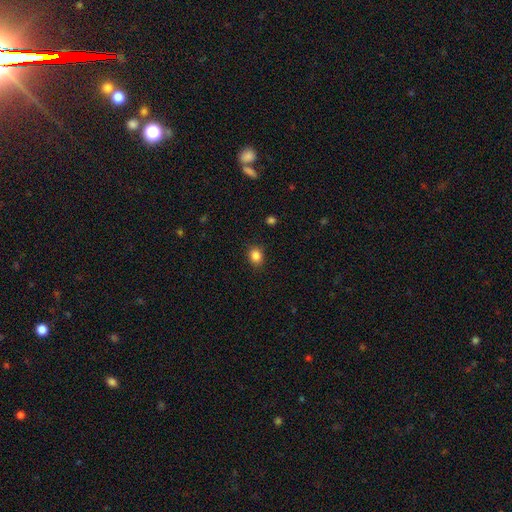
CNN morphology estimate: smooth_or_featured: smooth (p=0.85) [alt: star or artifact p=0.10]
how_rounded: round (p=0.60) [alt: in between p=0.39]
merging: none (p=0.88) [alt: minor disturbance p=0.09]